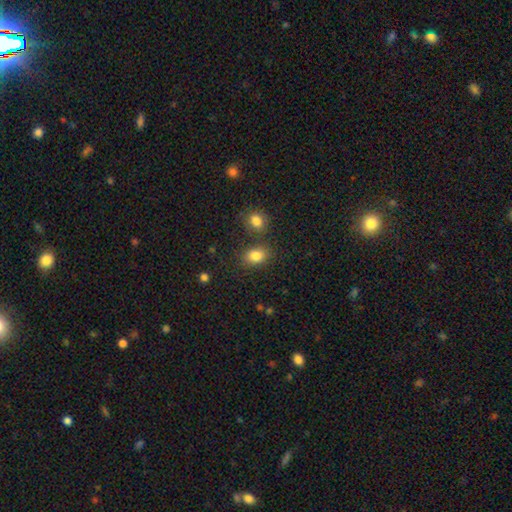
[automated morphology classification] This is clearly a smooth galaxy (83%). How rounded: likely in between (68%). Merging: likely none (71%).